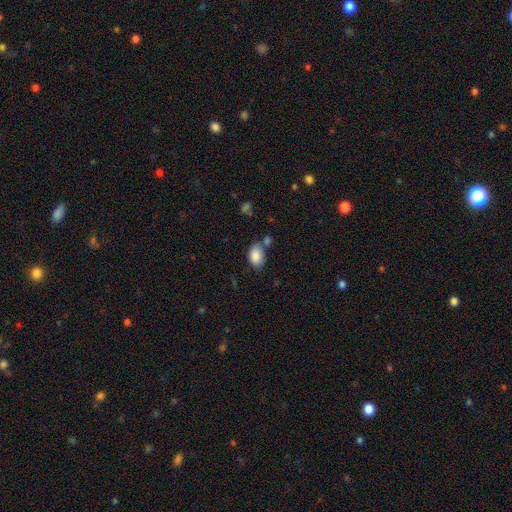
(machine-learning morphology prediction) smooth 86%, star or artifact 7%, featured or disk 6%. Down the decision tree: how rounded — in between (86%); merging — none (60%).